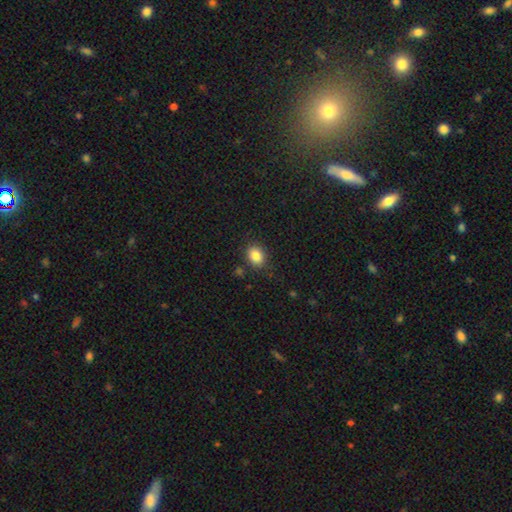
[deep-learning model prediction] Smooth or featured? smooth (85%)
How rounded? in between (59%)
Merging? none (83%)